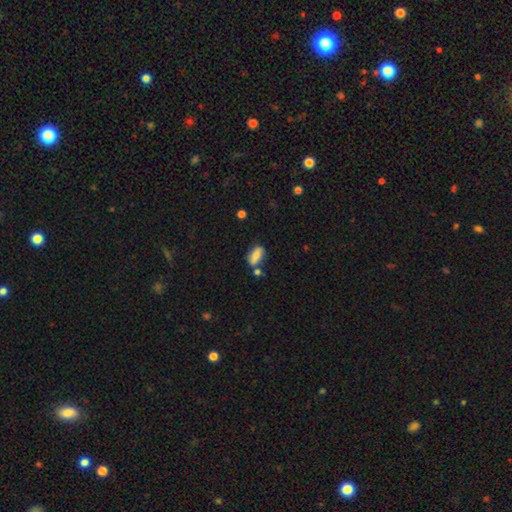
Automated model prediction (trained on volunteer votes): Smooth or featured? smooth (58%)
How rounded? in between (84%)
Merging? none (59%)